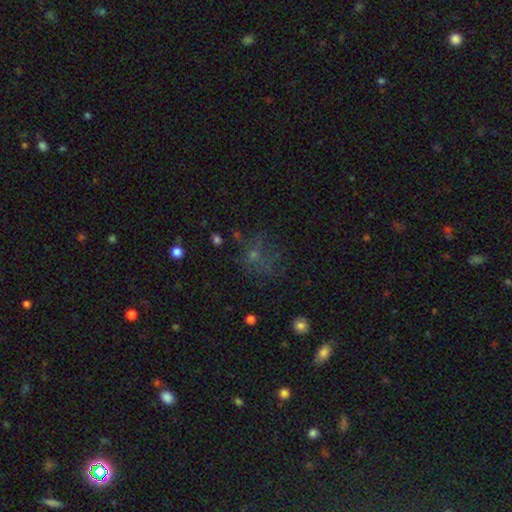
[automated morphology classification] Smooth or featured? smooth (41%)
Merging? none (48%)